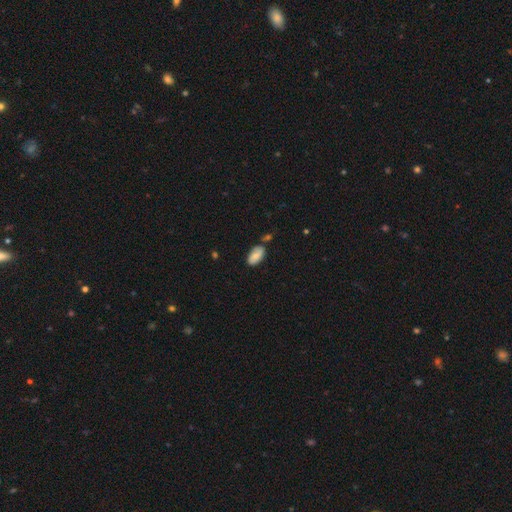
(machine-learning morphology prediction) Smooth or featured? Predicted: smooth (p=0.81). How rounded? Predicted: in between (p=0.94). Merging? Predicted: none (p=0.66).